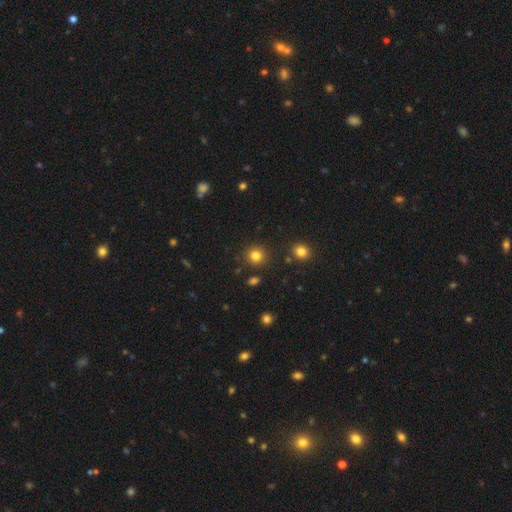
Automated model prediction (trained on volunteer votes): smooth 82%, star or artifact 13%, featured or disk 5%. Down the decision tree: how rounded — round (91%); merging — none (88%).